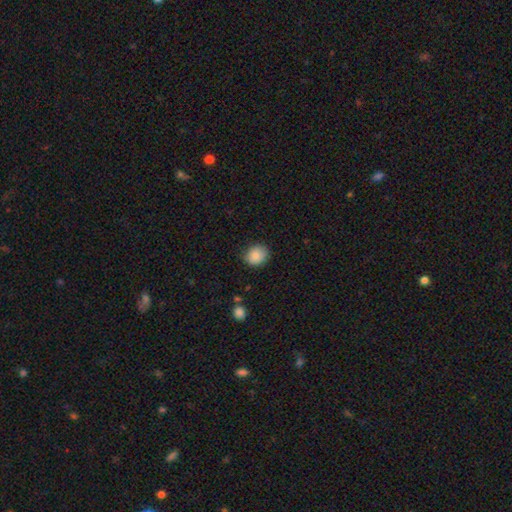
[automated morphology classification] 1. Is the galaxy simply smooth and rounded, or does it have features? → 87% smooth, 8% star or artifact, 5% featured or disk.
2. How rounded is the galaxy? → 70% round, 29% in between, 1% cigar-shaped.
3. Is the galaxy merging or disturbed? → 81% none, 15% minor disturbance, 3% major disturbance, 1% merger.